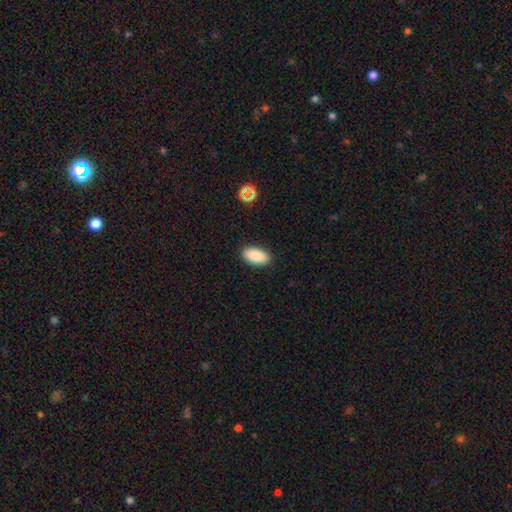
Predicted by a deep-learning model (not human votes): Smooth or featured: smooth — 88% (star or artifact — 7%)
How rounded: in between — 94% (cigar-shaped — 3%)
Merging: none — 90% (minor disturbance — 7%)